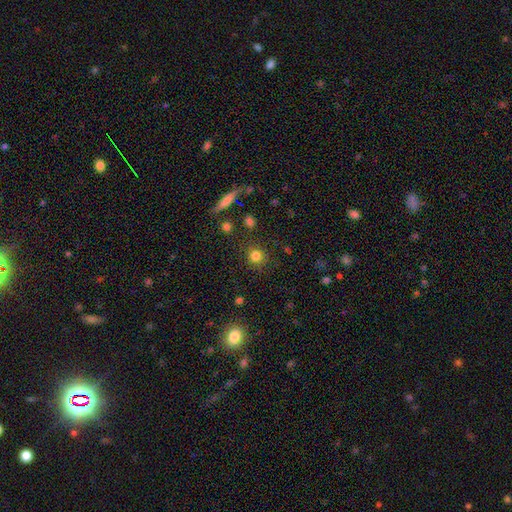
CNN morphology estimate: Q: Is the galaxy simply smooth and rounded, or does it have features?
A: smooth — 80%.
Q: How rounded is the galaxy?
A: round — 90%.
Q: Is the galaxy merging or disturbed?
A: none — 85%.